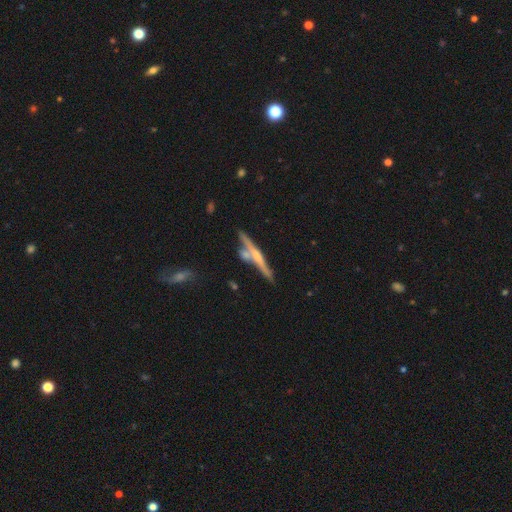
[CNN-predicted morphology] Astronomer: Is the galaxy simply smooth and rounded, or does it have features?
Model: featured or disk — 65%.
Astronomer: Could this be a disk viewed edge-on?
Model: yes — 94%.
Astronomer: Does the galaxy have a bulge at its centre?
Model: rounded — 53% (runner-up: none, 34%).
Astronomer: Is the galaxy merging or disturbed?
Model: none — 58%.